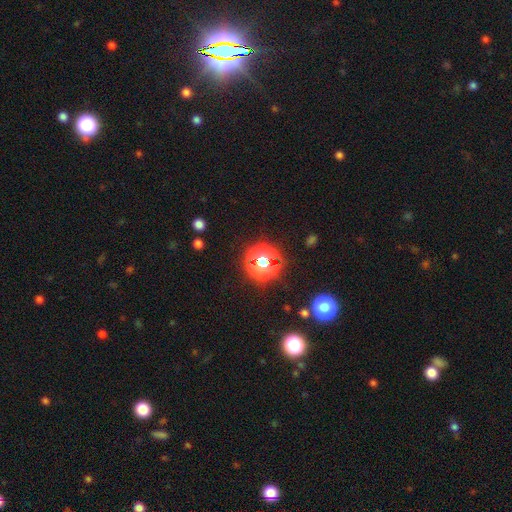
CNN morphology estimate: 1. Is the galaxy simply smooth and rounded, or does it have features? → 48% star or artifact, 42% smooth, 11% featured or disk.